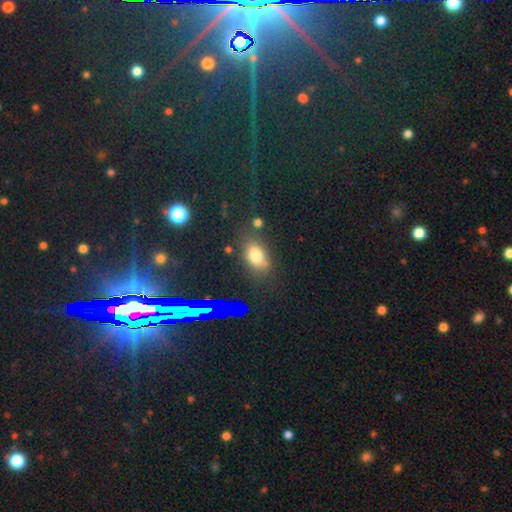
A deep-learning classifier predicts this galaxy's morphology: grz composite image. It shows a smooth galaxy with no disk features (74%) that is in between round and cigar-shaped (79%). Merging: none (73%).